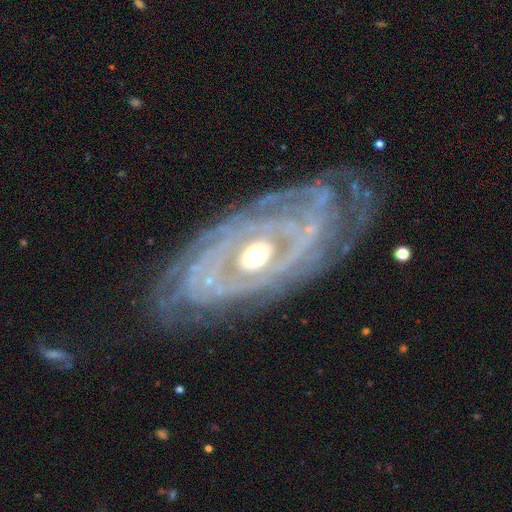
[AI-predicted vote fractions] featured or disk 87%, smooth 8%, star or artifact 5%. Down the decision tree: edge-on disk — no (92%); bar — no (73%); spiral arms — yes (78%); spiral arm count — can't tell (41%); spiral winding — tight (70%); bulge size — moderate (68%); merging — none (68%).